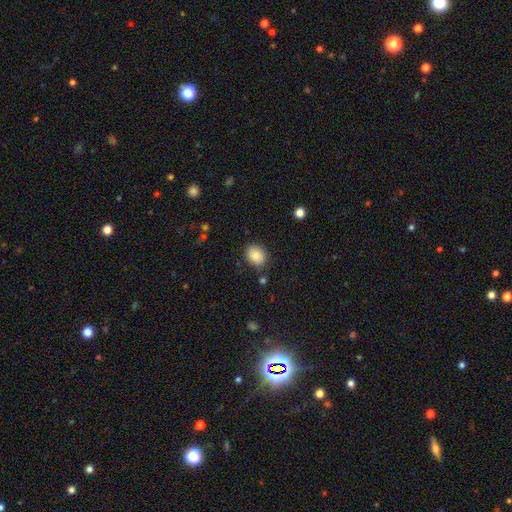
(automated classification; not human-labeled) A smooth galaxy with no disk features (84%) that is in between round and cigar-shaped (56%). Merging: none (81%).